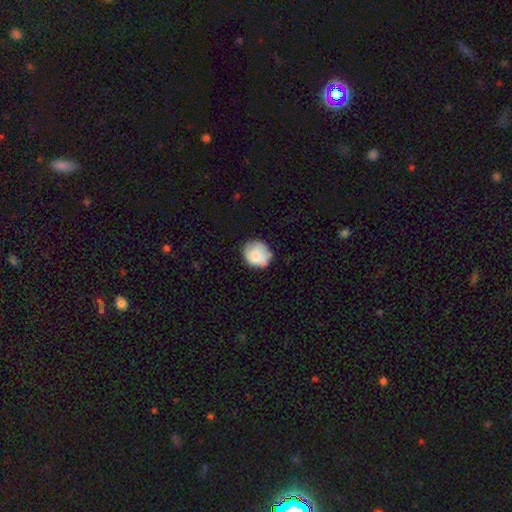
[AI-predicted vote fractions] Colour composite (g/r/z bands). It shows a smooth galaxy with no disk features (78%) that is round (80%). Merging: none (72%).